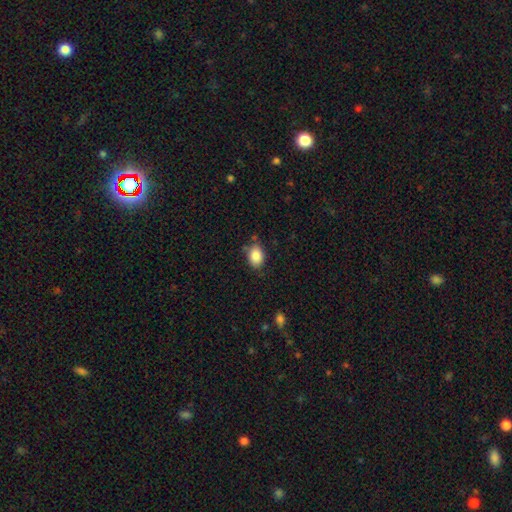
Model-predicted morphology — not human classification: The model was most divided on "how rounded": in between: 79%, round: 20%, cigar-shaped: 1%. More confident: smooth or featured — smooth (87%); merging — none (77%).